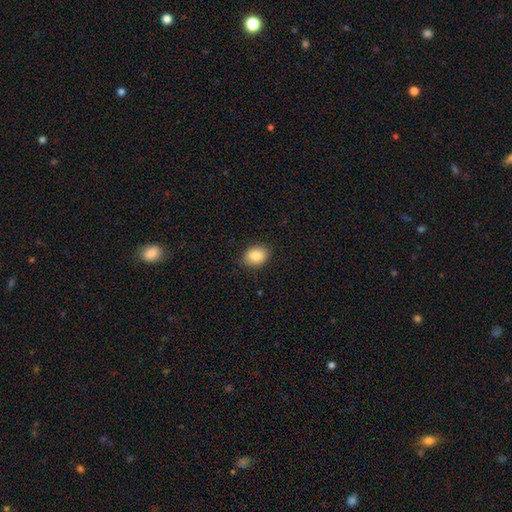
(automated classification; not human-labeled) Smooth or featured? Predicted: smooth (p=0.84). How rounded? Predicted: in between (p=0.63). Merging? Predicted: none (p=0.86).